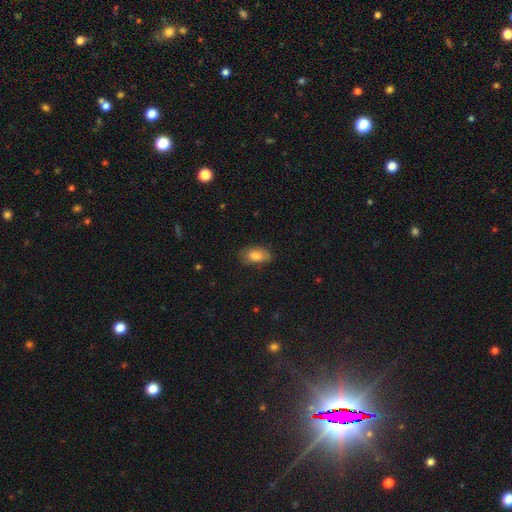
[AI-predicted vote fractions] Smooth or featured?
  - smooth: 82% *
  - featured or disk: 10%
  - star or artifact: 8%
How rounded?
  - in between: 91% *
  - round: 5%
  - cigar-shaped: 4%
Merging?
  - none: 74% *
  - minor disturbance: 21%
  - major disturbance: 5%
  - merger: 1%